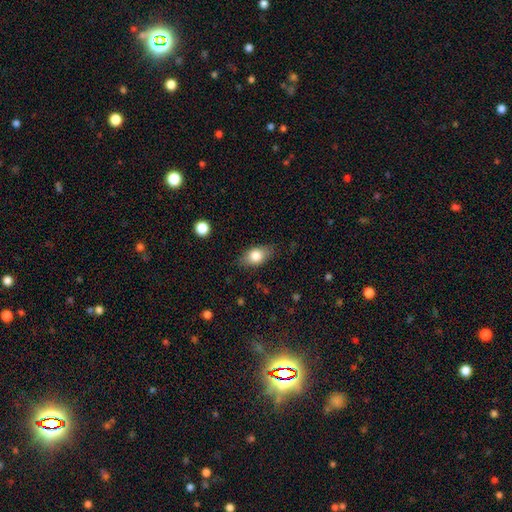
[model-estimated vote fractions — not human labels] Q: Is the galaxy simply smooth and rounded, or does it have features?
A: smooth — 79%.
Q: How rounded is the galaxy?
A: in between — 84%.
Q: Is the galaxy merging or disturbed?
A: none — 80%.